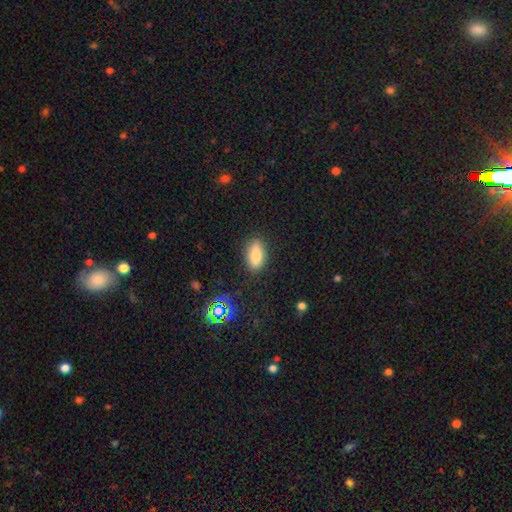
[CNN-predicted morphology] smooth 80%, featured or disk 10%, star or artifact 10%. Down the decision tree: how rounded — in between (85%); merging — none (85%).